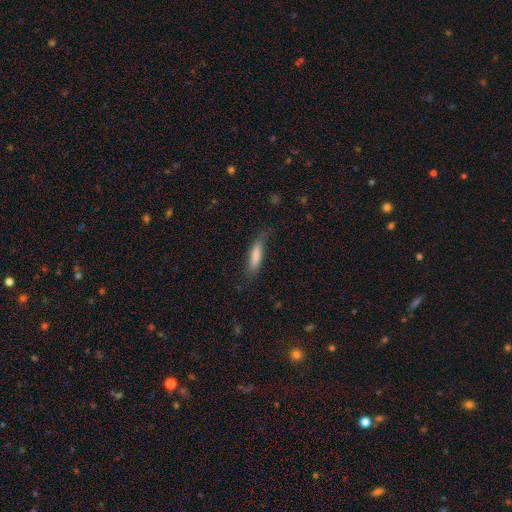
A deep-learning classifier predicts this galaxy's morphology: A smooth galaxy with no disk features (79%) that is cigar-shaped (68%).

Vote fractions:
- Smooth or featured? smooth: 79% / featured or disk: 15% / star or artifact: 6%
- How rounded? cigar-shaped: 68% / in between: 30% / round: 2%
- Merging? none: 66% / minor disturbance: 24% / major disturbance: 8% / merger: 2%